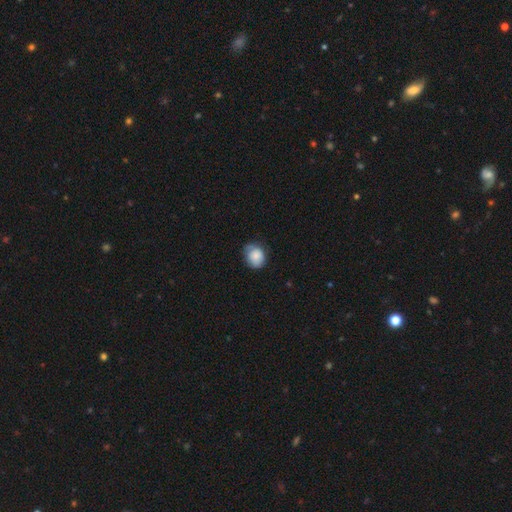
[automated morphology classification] smooth 78%, featured or disk 14%, star or artifact 8%. Down the decision tree: how rounded — round (65%); merging — none (58%).